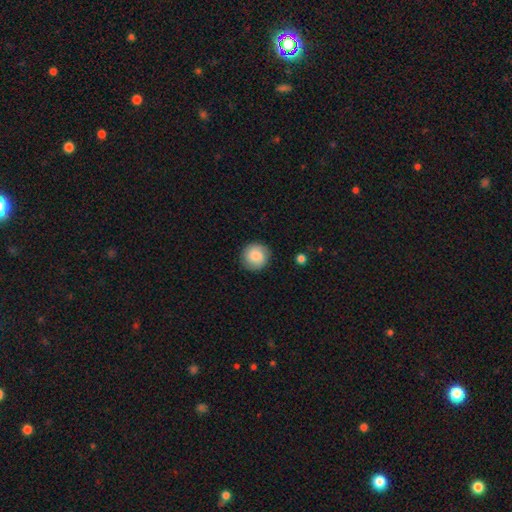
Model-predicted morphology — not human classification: Overall: smooth (78%). How rounded: round (93%). Merging: none (88%).